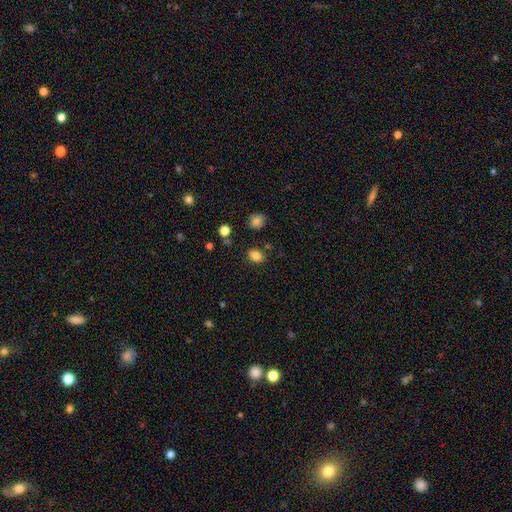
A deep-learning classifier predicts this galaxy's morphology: Smooth or featured: smooth — 84% (star or artifact — 12%)
How rounded: in between — 65% (round — 33%)
Merging: none — 84% (minor disturbance — 10%)